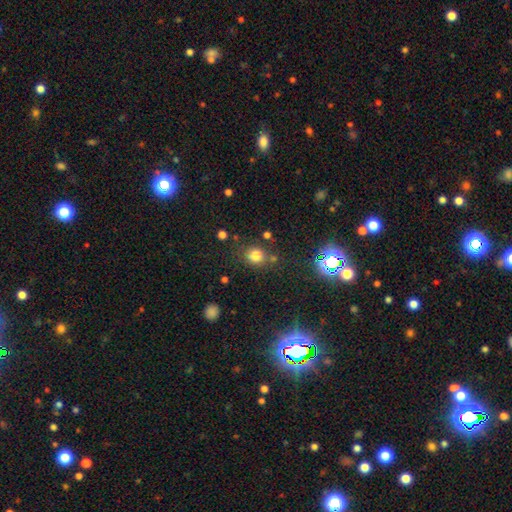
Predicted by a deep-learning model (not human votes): Smooth or featured: smooth — 74% (star or artifact — 19%)
How rounded: round — 76% (in between — 23%)
Merging: none — 72% (minor disturbance — 13%)